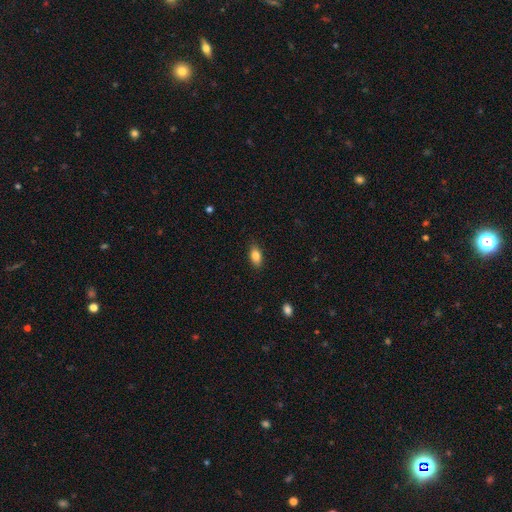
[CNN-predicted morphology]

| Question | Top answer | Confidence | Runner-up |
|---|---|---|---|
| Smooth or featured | smooth | 85% | star or artifact (8%) |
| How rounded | in between | 88% | cigar-shaped (6%) |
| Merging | none | 84% | minor disturbance (12%) |